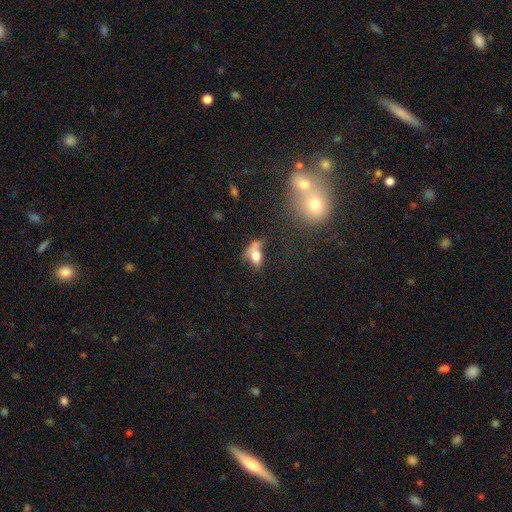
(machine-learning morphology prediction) A smooth galaxy with no disk features (65%) that is in between round and cigar-shaped (77%). Merging: merger (31%).